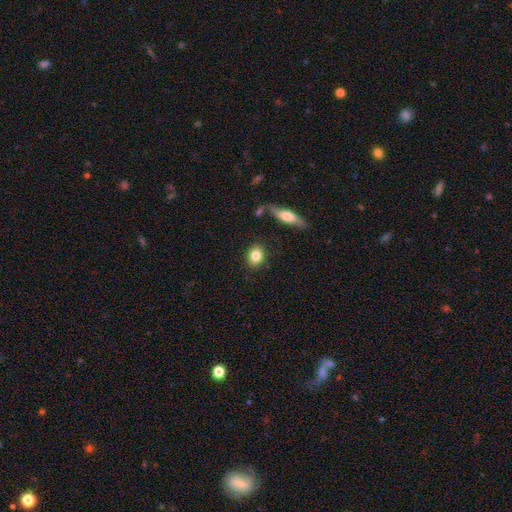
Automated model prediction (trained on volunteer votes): A smooth galaxy with no disk features (83%) that is round (55%).

Vote fractions:
- Smooth or featured? smooth: 83% / featured or disk: 9% / star or artifact: 8%
- How rounded? round: 55% / in between: 42% / cigar-shaped: 2%
- Merging? none: 87% / minor disturbance: 8% / merger: 3% / major disturbance: 2%